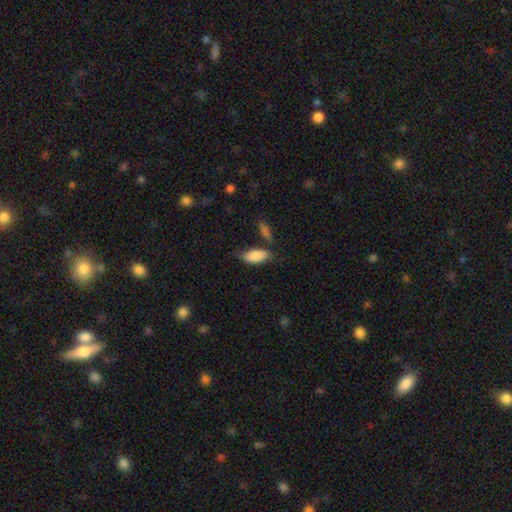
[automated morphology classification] type=smooth (87%); roundness=in between (90%); merging=none (63%).